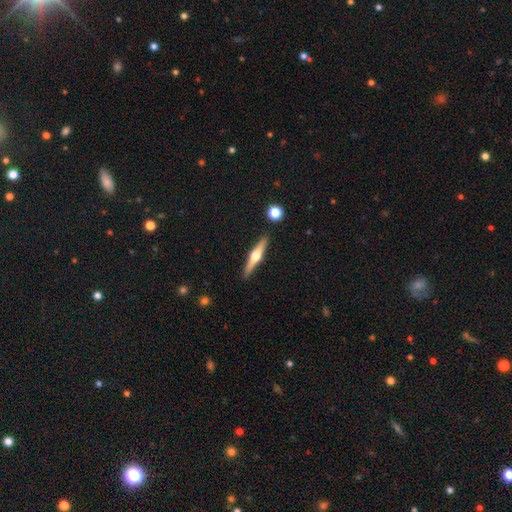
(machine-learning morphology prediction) A featured or disk galaxy (73%) viewed edge-on (98%) with a rounded central bulge (96%). Merging: none (90%).